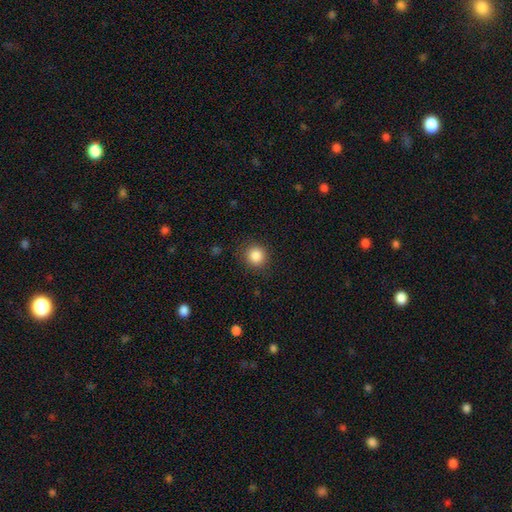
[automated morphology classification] A smooth galaxy with no disk features (86%) that is round (90%). Merging: none (88%).